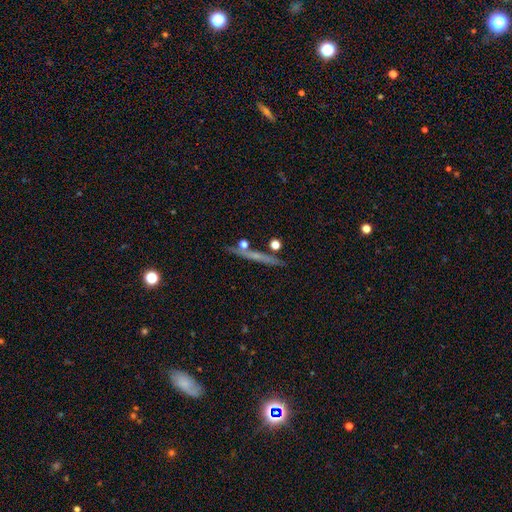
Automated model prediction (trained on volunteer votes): Q: Smooth or featured?
A: featured or disk (52%); runner-up: smooth (36%)
Q: Edge-on disk?
A: yes (93%); runner-up: no (7%)
Q: Merging?
A: none (82%); runner-up: minor disturbance (9%)